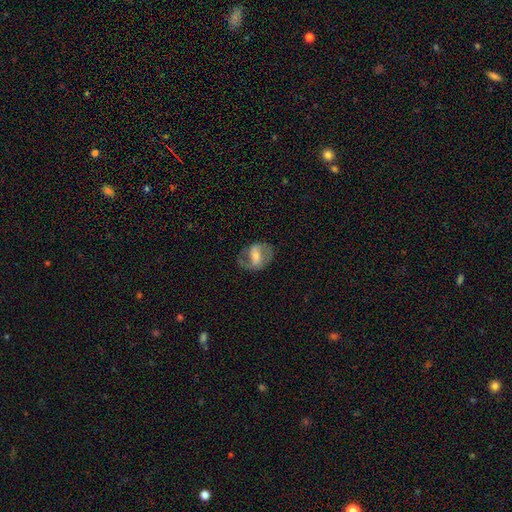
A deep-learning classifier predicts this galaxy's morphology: Smooth or featured? featured or disk (73%)
Edge-on disk? no (95%)
Bar? strong (48%)
Spiral arms? yes (82%)
Spiral winding? medium (49%)
Spiral arm count? 2 (83%)
Bulge size? small (46%)
Merging? none (69%)